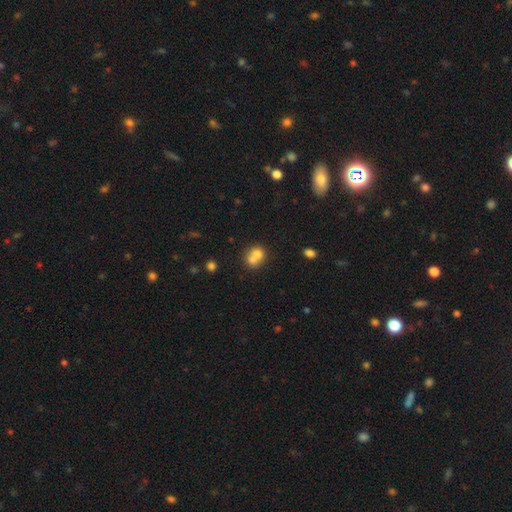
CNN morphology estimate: smooth 69%, featured or disk 20%, star or artifact 11%. Down the decision tree: how rounded — round (69%); merging — merger (65%).